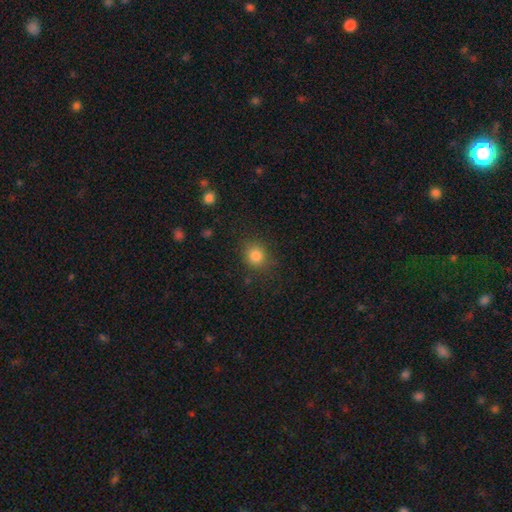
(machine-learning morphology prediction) Smooth or featured? Predicted: smooth (p=0.83). How rounded? Predicted: round (p=0.80). Merging? Predicted: none (p=0.83).